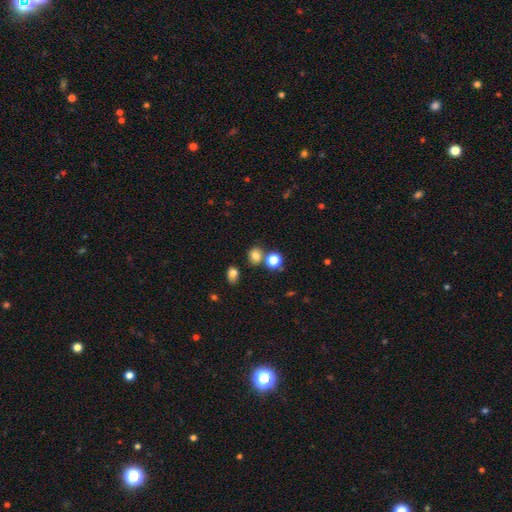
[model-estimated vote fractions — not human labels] The model was most divided on "how rounded": round: 72%, in between: 27%, cigar-shaped: 1%. More confident: smooth or featured — smooth (75%); merging — none (71%).